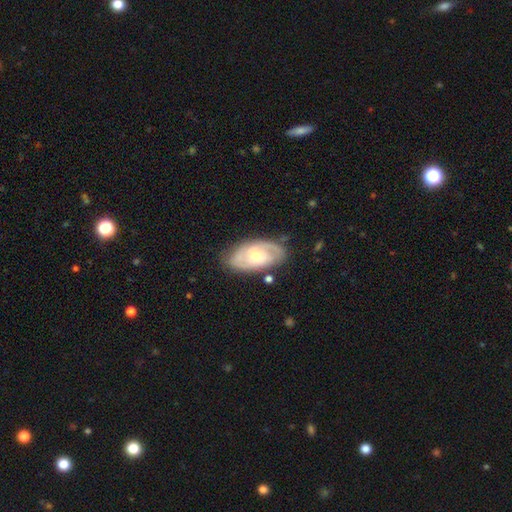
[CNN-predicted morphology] Smooth or featured? featured or disk (72%)
Edge-on disk? no (94%)
Bar? no (62%)
Spiral arms? yes (84%)
Spiral winding? tight (52%)
Spiral arm count? 2 (55%)
Bulge size? moderate (56%)
Merging? none (74%)